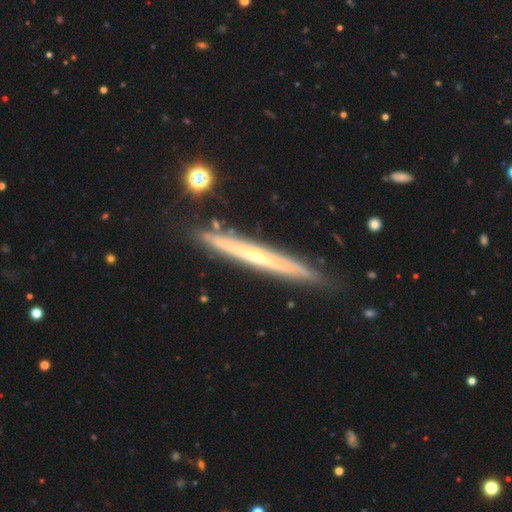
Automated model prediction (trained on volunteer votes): Smooth or featured: featured or disk — 71% (smooth — 23%)
Edge-on disk: yes — 95% (no — 5%)
Edge-on bulge: none — 56% (rounded — 40%)
Merging: none — 85% (minor disturbance — 11%)